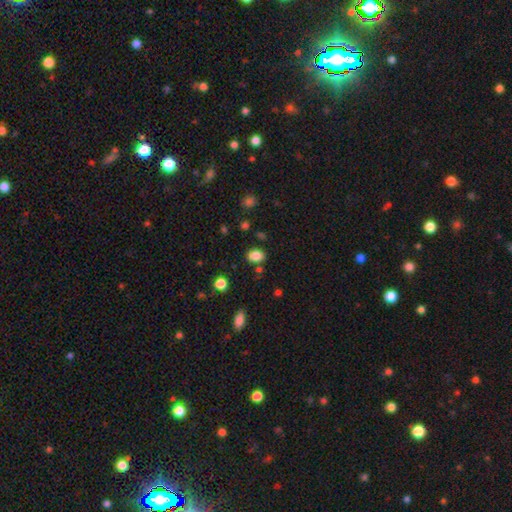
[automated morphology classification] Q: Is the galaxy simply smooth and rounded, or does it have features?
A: smooth — 85%.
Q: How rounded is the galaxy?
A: in between — 73%.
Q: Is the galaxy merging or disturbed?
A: none — 80%.